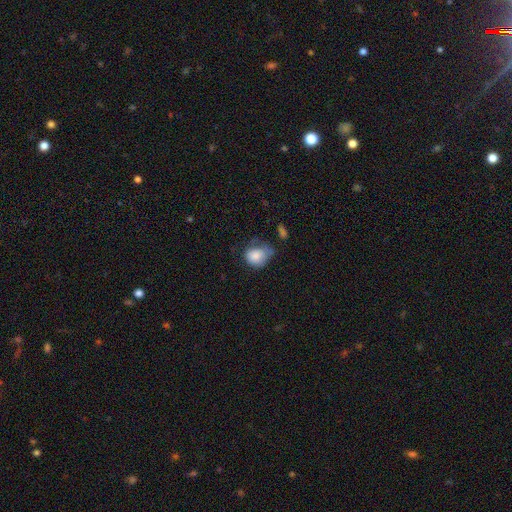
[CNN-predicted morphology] Q: Smooth or featured?
A: smooth (81%); runner-up: featured or disk (11%)
Q: How rounded?
A: round (53%); runner-up: in between (46%)
Q: Merging?
A: minor disturbance (38%); runner-up: none (34%)